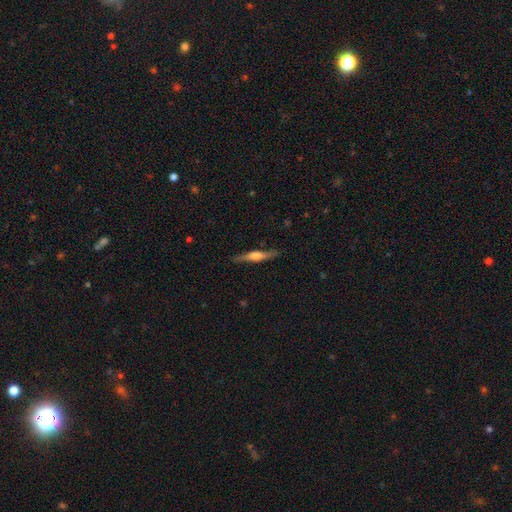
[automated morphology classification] This is likely a featured or disk galaxy (65%). It is clearly viewed edge-on (96%). Edge-on bulge: likely rounded (74%). Merging: clearly none (86%).